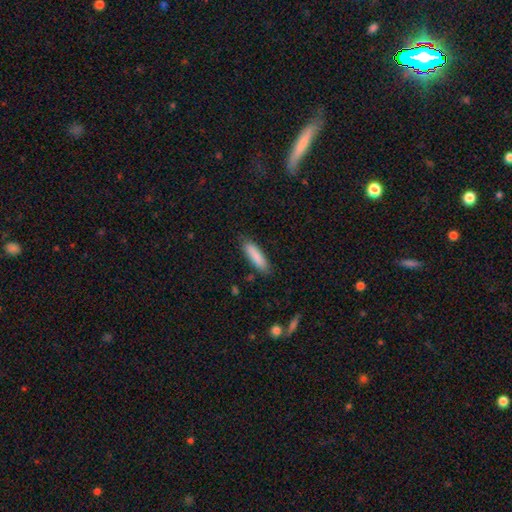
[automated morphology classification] A smooth galaxy with no disk features (86%) that is cigar-shaped (72%). Merging: none (84%).